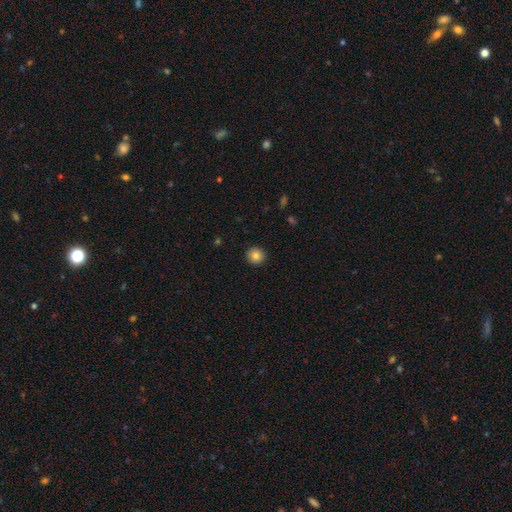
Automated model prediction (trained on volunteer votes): Q: Smooth or featured?
A: smooth (82%); runner-up: star or artifact (9%)
Q: How rounded?
A: round (94%); runner-up: in between (5%)
Q: Merging?
A: none (92%); runner-up: minor disturbance (6%)